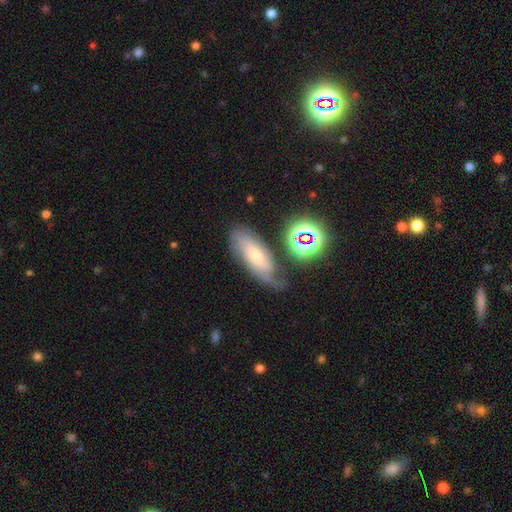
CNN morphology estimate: The model was most divided on "smooth or featured": featured or disk: 56%, smooth: 27%, star or artifact: 17%. More confident: edge-on disk — no (87%); merging — none (56%).